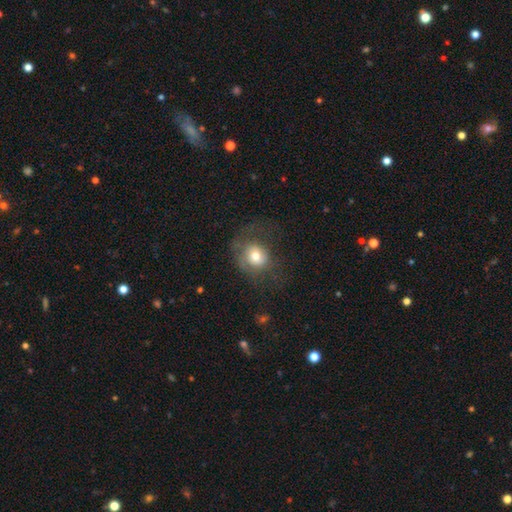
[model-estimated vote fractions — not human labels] A smooth galaxy with no disk features (63%) that is round (73%).

Vote fractions:
- Smooth or featured? smooth: 63% / featured or disk: 27% / star or artifact: 10%
- How rounded? round: 73% / in between: 26% / cigar-shaped: 1%
- Merging? none: 47% / major disturbance: 28% / minor disturbance: 23% / merger: 2%